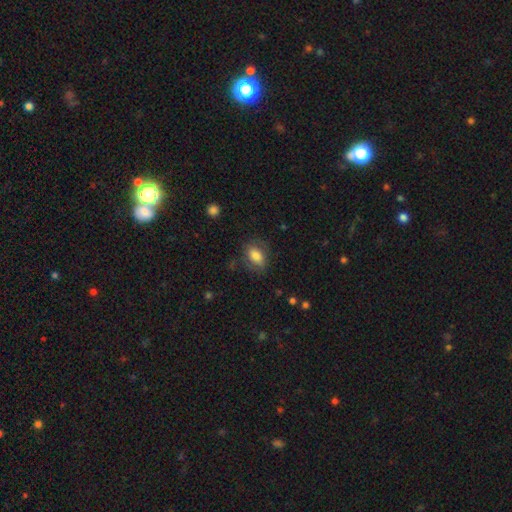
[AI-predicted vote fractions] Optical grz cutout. It shows a smooth galaxy with no disk features (76%) that is in between round and cigar-shaped (83%). Merging: none (69%).